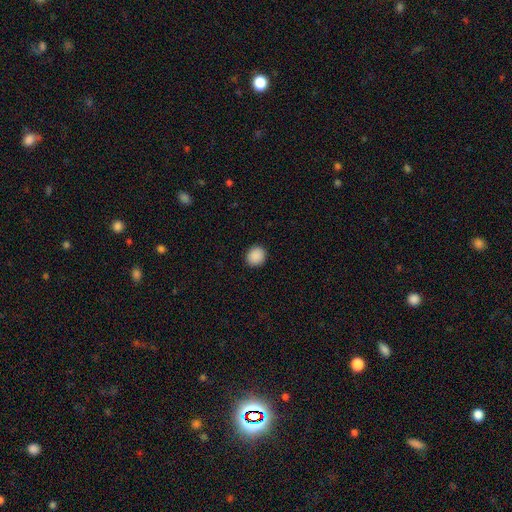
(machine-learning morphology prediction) A smooth galaxy with no disk features (89%) that is round (83%). Merging: none (92%).